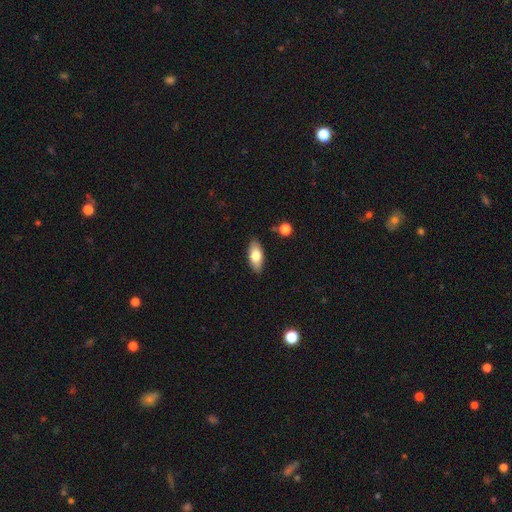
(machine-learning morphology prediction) A smooth galaxy with no disk features (73%) that is in between round and cigar-shaped (86%). Merging: none (86%).